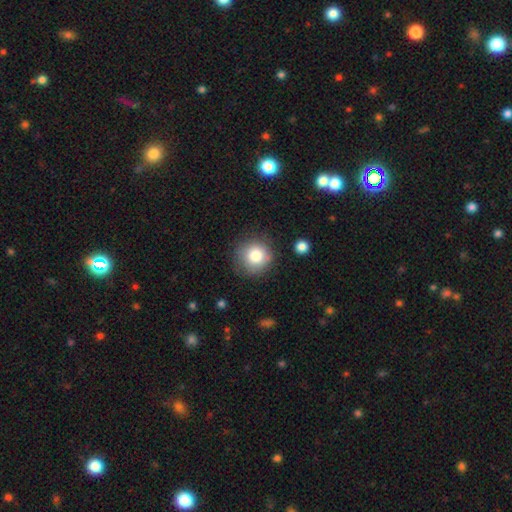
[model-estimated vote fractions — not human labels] This appears to be a smooth galaxy with no disk features (81%) that is round (93%). Merging: none (81%).